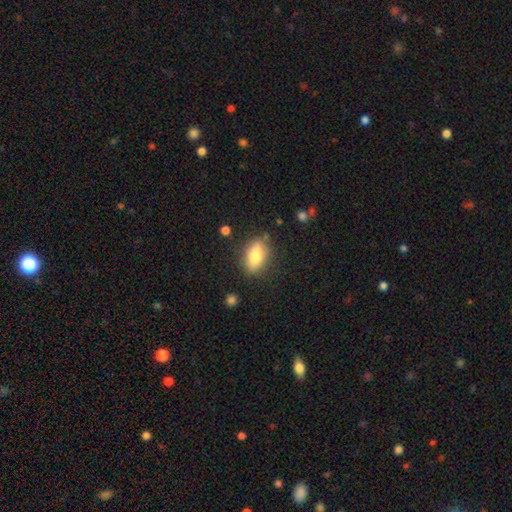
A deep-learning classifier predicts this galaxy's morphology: Smooth or featured? smooth (74%)
How rounded? in between (83%)
Merging? none (81%)